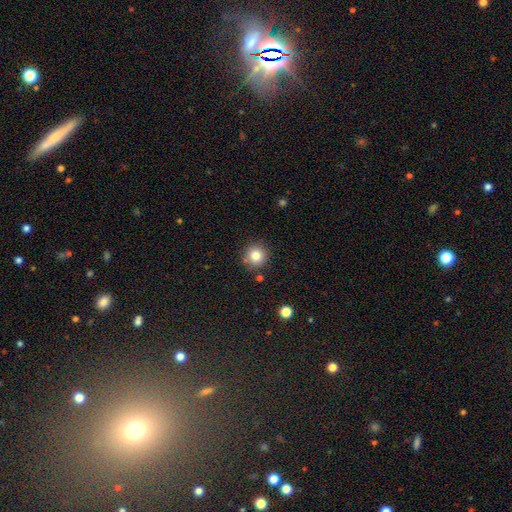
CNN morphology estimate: The model was most divided on "smooth or featured": smooth: 82%, star or artifact: 11%, featured or disk: 7%. More confident: how rounded — round (94%); merging — none (86%).